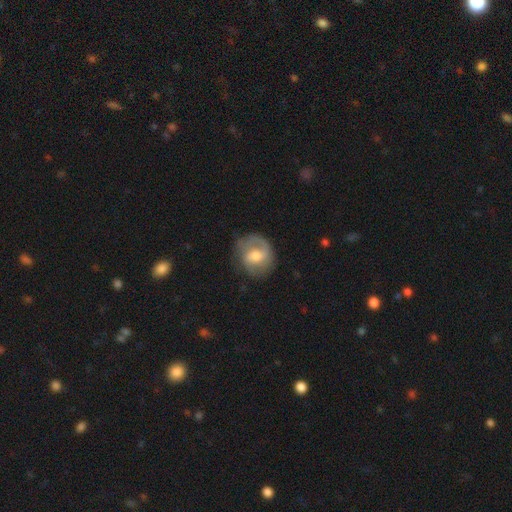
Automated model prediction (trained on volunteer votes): This is likely a featured or disk galaxy (64%). It is clearly not viewed edge-on (97%). Bar: possibly weak (53%). Spiral arm pattern: clearly yes (85%). Spiral arm count: likely 2 (64%). Spiral winding: possibly medium (46%). Central bulge: likely moderate (62%). Merging: likely none (69%).